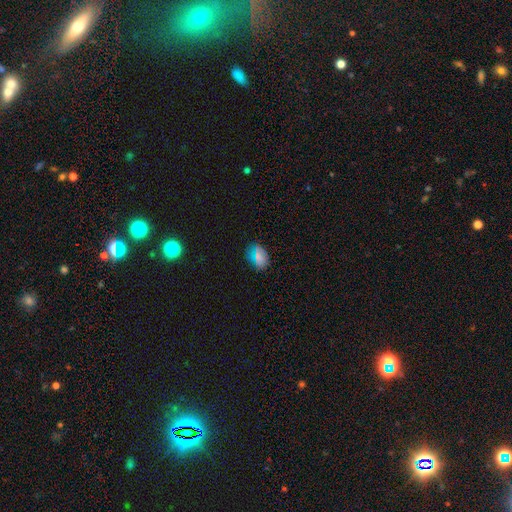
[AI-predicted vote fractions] Smooth or featured?
  - smooth: 66% *
  - star or artifact: 21%
  - featured or disk: 13%
How rounded?
  - in between: 74% *
  - round: 23%
  - cigar-shaped: 3%
Merging?
  - none: 76% *
  - minor disturbance: 17%
  - major disturbance: 4%
  - merger: 2%